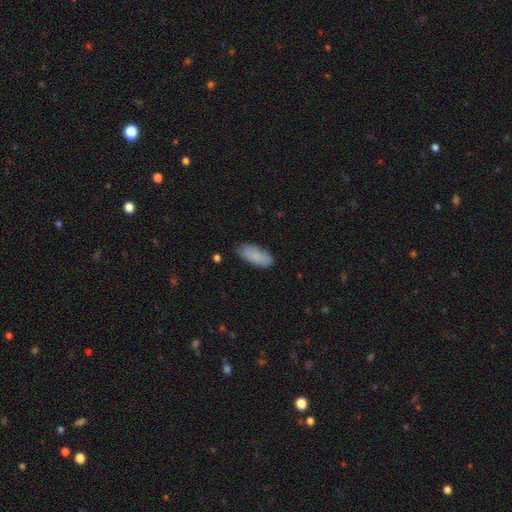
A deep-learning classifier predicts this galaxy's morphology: Q: Smooth or featured?
A: smooth (84%); runner-up: featured or disk (10%)
Q: How rounded?
A: in between (88%); runner-up: cigar-shaped (10%)
Q: Merging?
A: none (80%); runner-up: minor disturbance (15%)